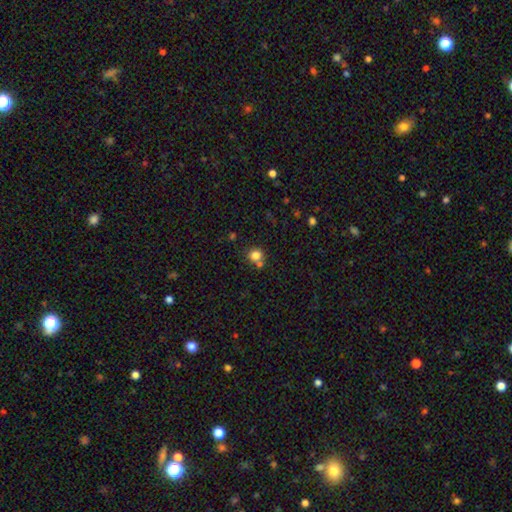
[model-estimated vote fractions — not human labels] Smooth or featured: smooth — 81% (star or artifact — 12%)
How rounded: round — 81% (in between — 19%)
Merging: none — 62% (merger — 25%)